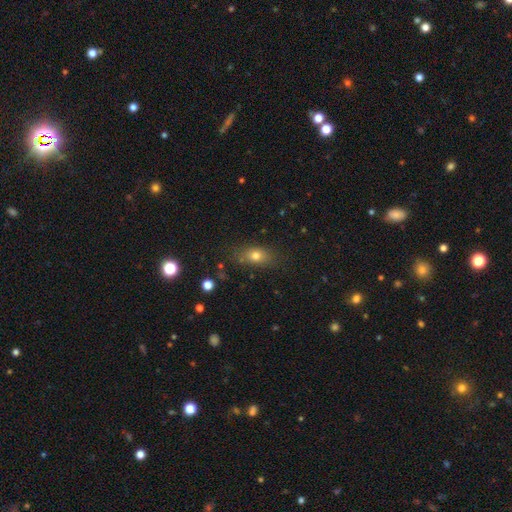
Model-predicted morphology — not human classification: This appears to be a smooth galaxy with no disk features (75%) that is in between round and cigar-shaped (72%). Merging: none (76%).